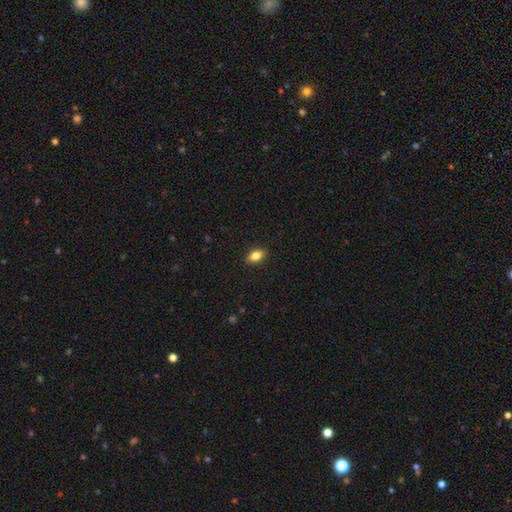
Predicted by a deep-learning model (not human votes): Smooth or featured? smooth (80%)
How rounded? in between (85%)
Merging? none (89%)